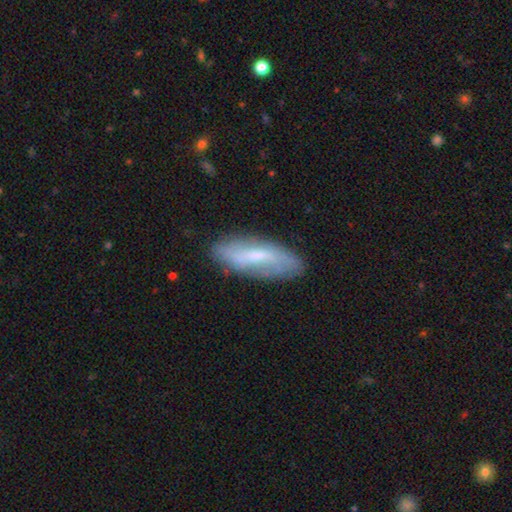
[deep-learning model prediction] Overall: smooth (49%; featured or disk 44%). Merging: none (75%).